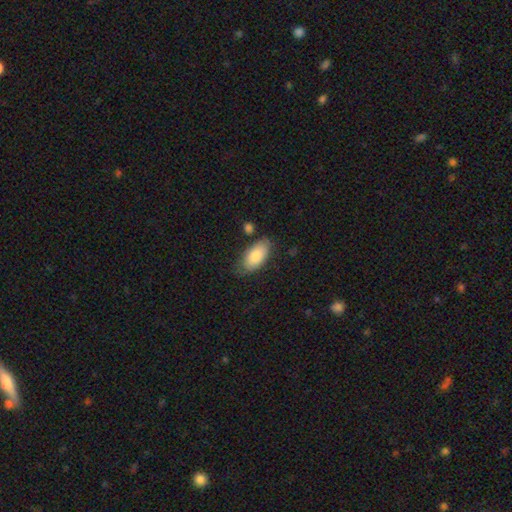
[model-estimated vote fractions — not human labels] Morphology: type=smooth (83%); roundness=in between (92%); merging=none (74%).